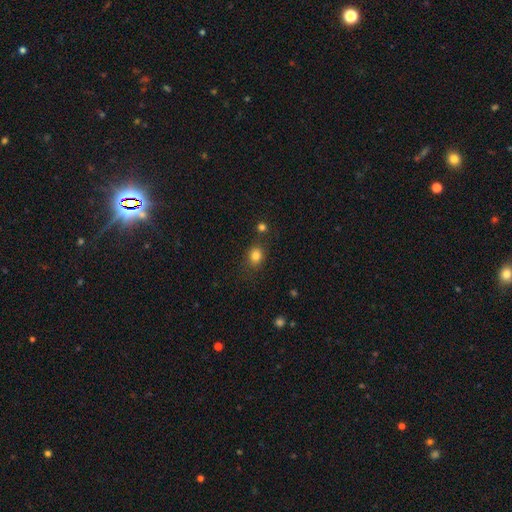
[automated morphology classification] smooth 82%, star or artifact 12%, featured or disk 6%. Down the decision tree: how rounded — round (62%); merging — none (75%).